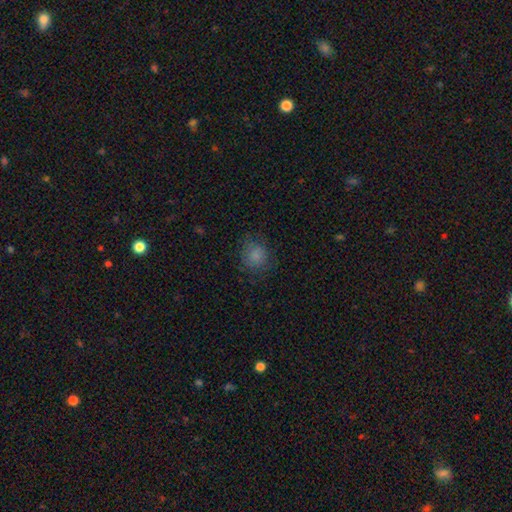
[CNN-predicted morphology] smooth-or-featured: smooth: 81% | star or artifact: 11% | featured or disk: 7%
  how-rounded: round: 85% | in between: 14% | cigar-shaped: 1%
  merging: none: 77% | minor disturbance: 15% | major disturbance: 7% | merger: 1%